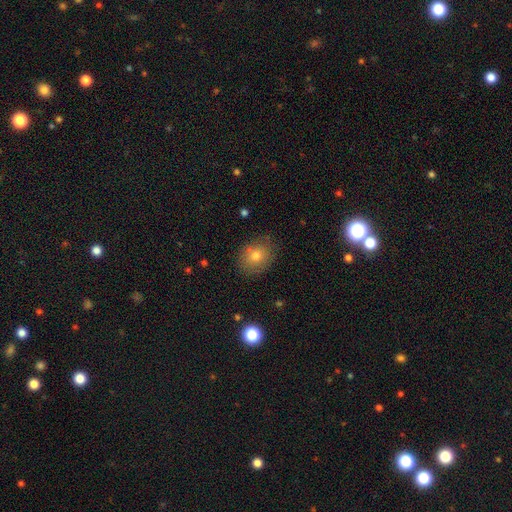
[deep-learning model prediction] A smooth galaxy with no disk features (75%) that is round (59%).

Vote fractions:
- Smooth or featured? smooth: 75% / featured or disk: 13% / star or artifact: 11%
- How rounded? round: 59% / in between: 40% / cigar-shaped: 1%
- Merging? none: 81% / minor disturbance: 14% / major disturbance: 4% / merger: 1%